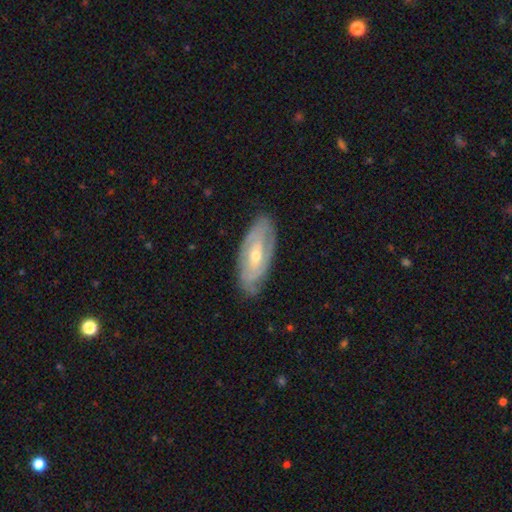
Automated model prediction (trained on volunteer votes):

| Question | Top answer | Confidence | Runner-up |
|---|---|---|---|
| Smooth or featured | featured or disk | 73% | smooth (21%) |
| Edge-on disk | no | 87% | yes (13%) |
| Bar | no | 53% | weak (33%) |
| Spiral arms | yes | 80% | no (20%) |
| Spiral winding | tight | 61% | medium (29%) |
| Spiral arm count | can't tell | 41% | 2 (40%) |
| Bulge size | small | 50% | moderate (47%) |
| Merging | none | 77% | minor disturbance (18%) |